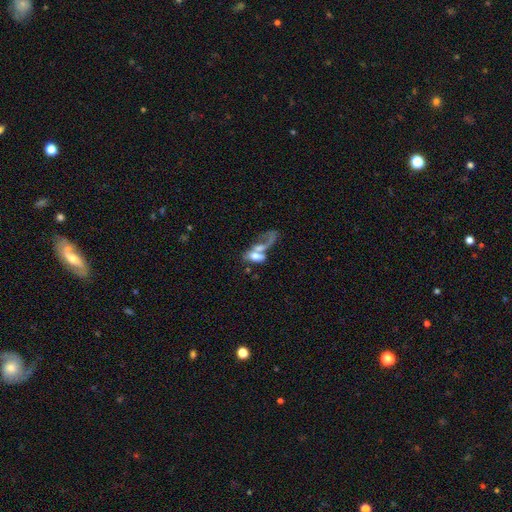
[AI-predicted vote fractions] Overall: smooth (47%; featured or disk 42%). Merging: merger (57%; major disturbance 25%).